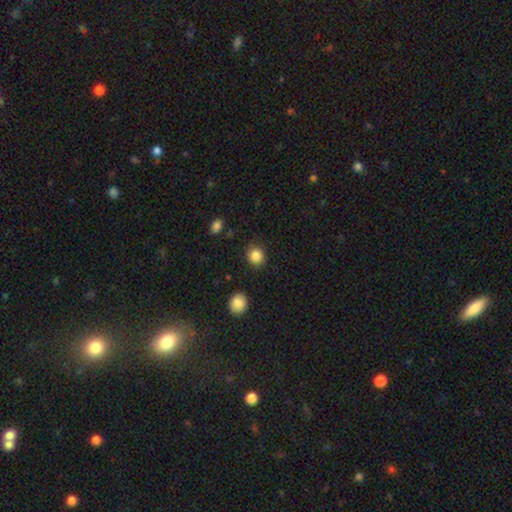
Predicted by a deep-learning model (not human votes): Overall: smooth (87%). How rounded: round (79%). Merging: none (88%).